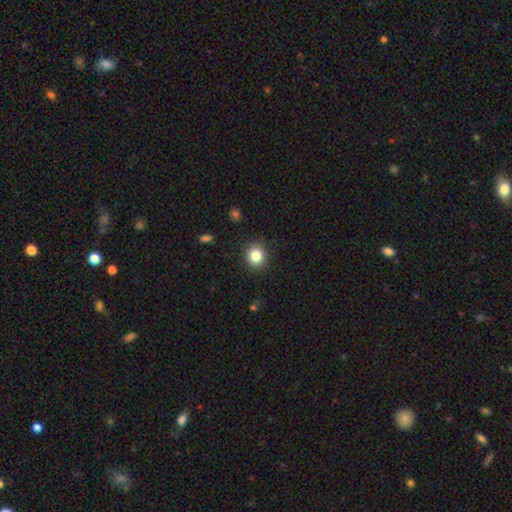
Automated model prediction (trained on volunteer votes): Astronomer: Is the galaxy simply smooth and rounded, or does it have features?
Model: smooth — 83%.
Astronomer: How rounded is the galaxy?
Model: round — 86%.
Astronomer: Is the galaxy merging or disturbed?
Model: none — 90%.